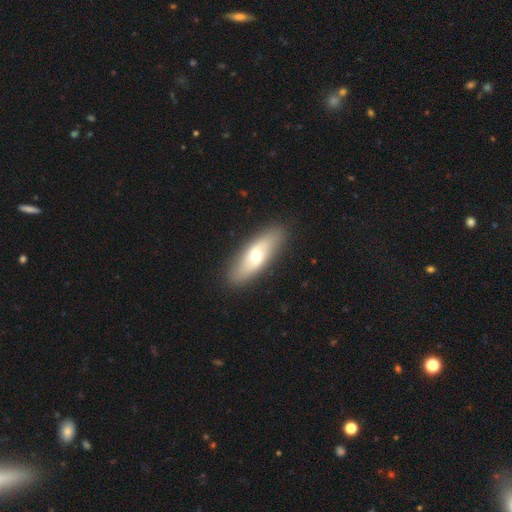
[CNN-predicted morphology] smooth_or_featured: smooth (p=0.52) [alt: featured or disk p=0.42]
how_rounded: in between (p=0.62) [alt: cigar-shaped p=0.35]
merging: none (p=0.87) [alt: minor disturbance p=0.09]